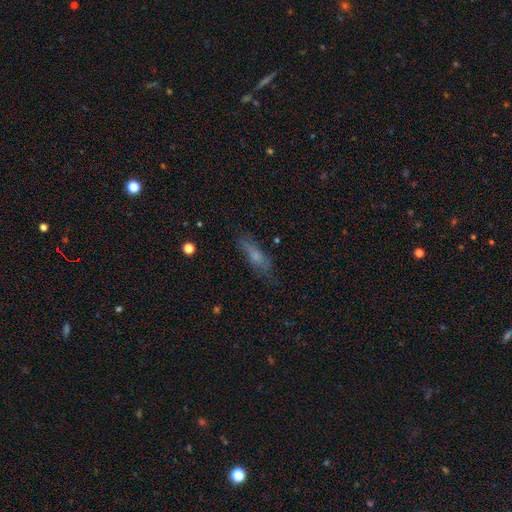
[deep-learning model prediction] The model was most divided on "how rounded": cigar-shaped: 63%, in between: 34%, round: 3%. More confident: merging — none (69%); smooth or featured — smooth (61%).